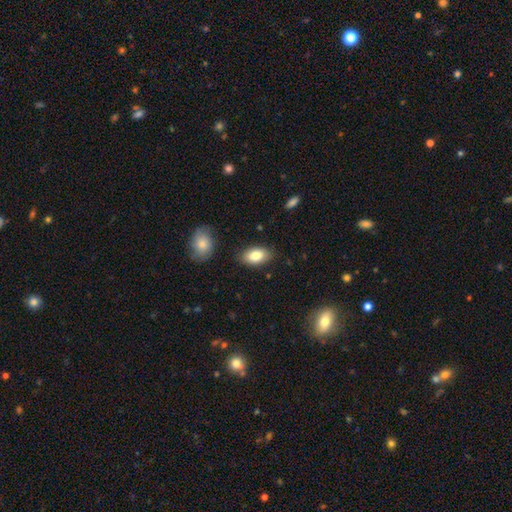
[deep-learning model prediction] Q: Smooth or featured?
A: smooth (83%); runner-up: featured or disk (10%)
Q: How rounded?
A: in between (92%); runner-up: round (6%)
Q: Merging?
A: none (85%); runner-up: minor disturbance (11%)